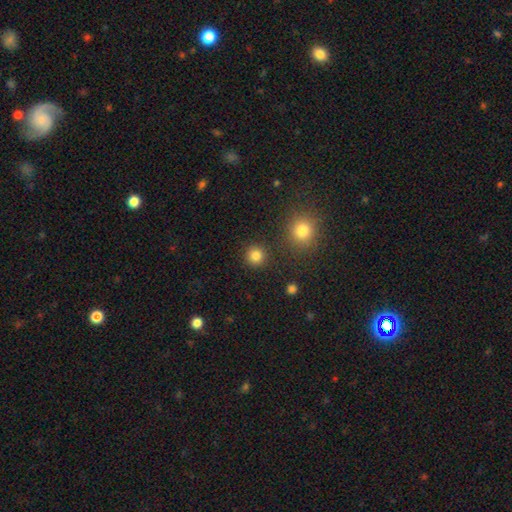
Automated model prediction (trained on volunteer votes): smooth_or_featured: smooth (p=0.84) [alt: star or artifact p=0.12]
how_rounded: round (p=0.94) [alt: in between p=0.05]
merging: none (p=0.90) [alt: minor disturbance p=0.05]